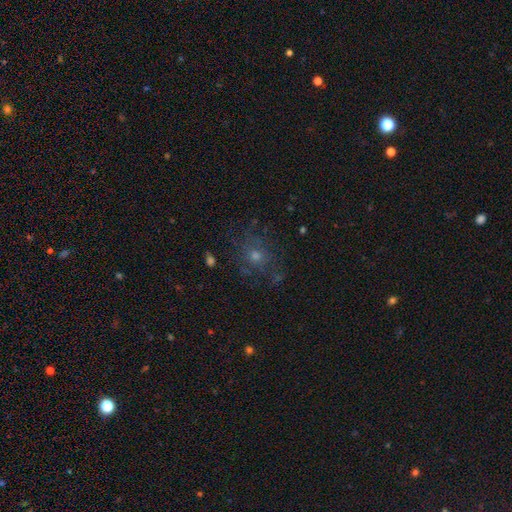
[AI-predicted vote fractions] smooth_or_featured: smooth (p=0.37) [alt: featured or disk p=0.33]
merging: none (p=0.72) [alt: minor disturbance p=0.15]